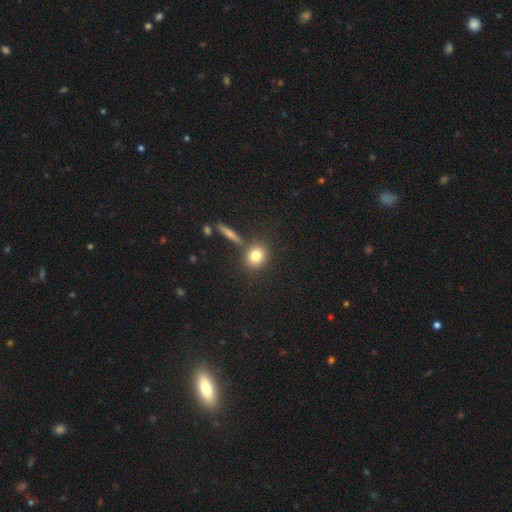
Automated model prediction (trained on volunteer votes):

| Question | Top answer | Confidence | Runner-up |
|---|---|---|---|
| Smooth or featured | smooth | 79% | star or artifact (11%) |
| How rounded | round | 78% | in between (19%) |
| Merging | none | 76% | merger (11%) |